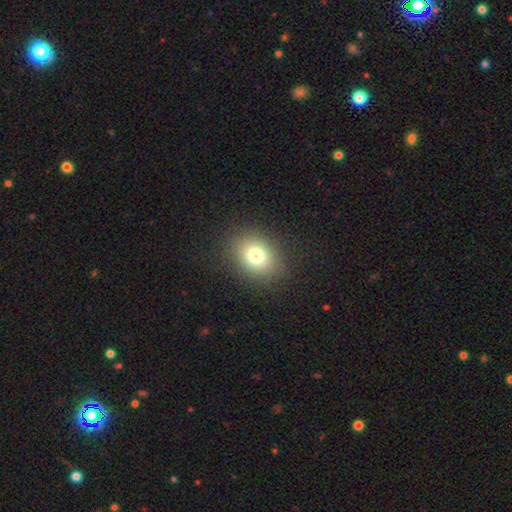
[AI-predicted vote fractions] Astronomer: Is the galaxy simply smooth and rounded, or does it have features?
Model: smooth — 76%.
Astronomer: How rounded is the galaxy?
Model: round — 51% (runner-up: in between, 48%).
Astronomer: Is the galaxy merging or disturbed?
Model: none — 88%.